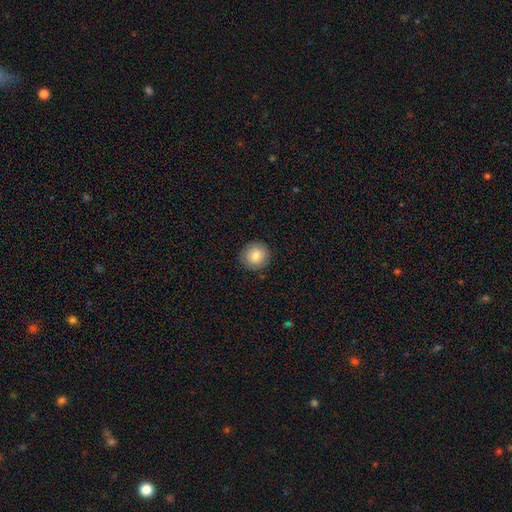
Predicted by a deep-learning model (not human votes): smooth_or_featured: smooth (p=0.82) [alt: featured or disk p=0.10]
how_rounded: round (p=0.90) [alt: in between p=0.09]
merging: none (p=0.88) [alt: minor disturbance p=0.09]